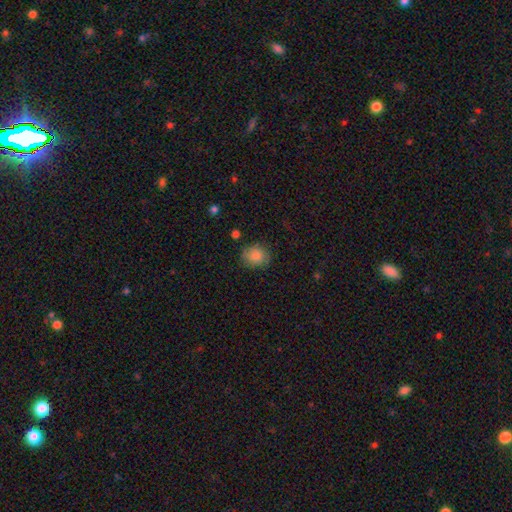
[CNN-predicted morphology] This is clearly a smooth galaxy (85%). How rounded: likely round (72%). Merging: likely none (77%).